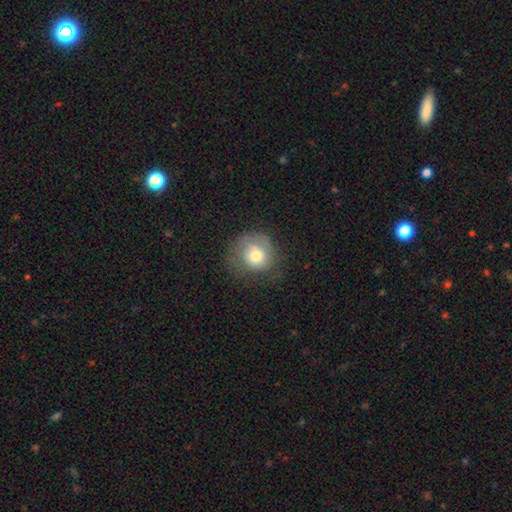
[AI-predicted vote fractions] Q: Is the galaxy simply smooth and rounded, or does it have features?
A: smooth — 69%.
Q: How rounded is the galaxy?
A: round — 85%.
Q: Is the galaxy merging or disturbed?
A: none — 59%.